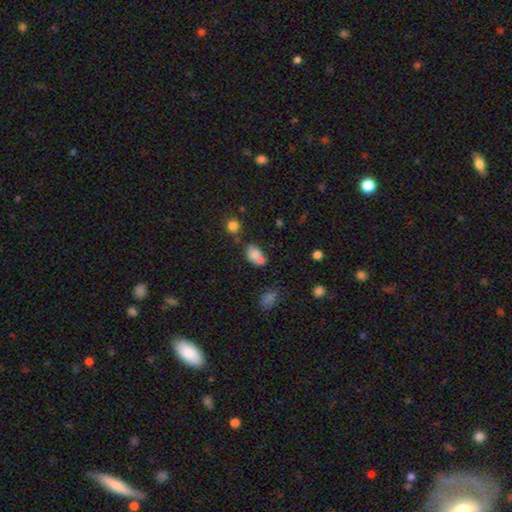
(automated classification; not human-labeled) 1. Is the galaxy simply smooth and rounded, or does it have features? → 78% smooth, 11% star or artifact, 11% featured or disk.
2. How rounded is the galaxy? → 79% in between, 19% round, 2% cigar-shaped.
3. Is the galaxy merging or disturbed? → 38% none, 37% merger, 18% minor disturbance, 7% major disturbance.